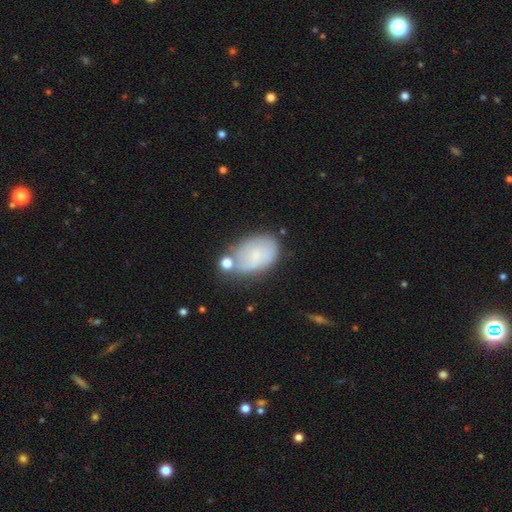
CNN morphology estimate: Overall: smooth (58%; featured or disk 32%). How rounded: in between (89%). Merging: none (51%; minor disturbance 27%).